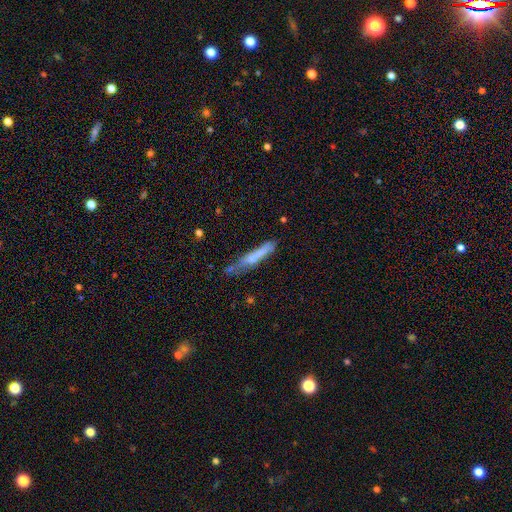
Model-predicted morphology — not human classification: Smooth or featured?
  - smooth: 52% *
  - featured or disk: 40%
  - star or artifact: 7%
How rounded?
  - cigar-shaped: 92% *
  - in between: 6%
  - round: 2%
Merging?
  - none: 55% *
  - minor disturbance: 27%
  - major disturbance: 10%
  - merger: 8%